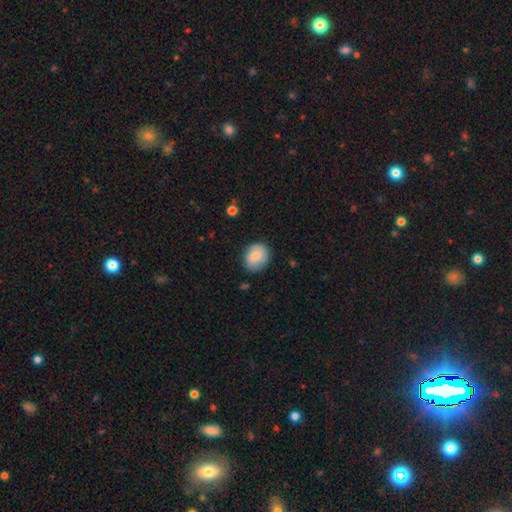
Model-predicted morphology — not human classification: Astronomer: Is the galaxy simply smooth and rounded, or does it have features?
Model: smooth — 82%.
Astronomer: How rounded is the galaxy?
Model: round — 60% (runner-up: in between, 39%).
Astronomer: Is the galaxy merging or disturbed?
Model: none — 81%.